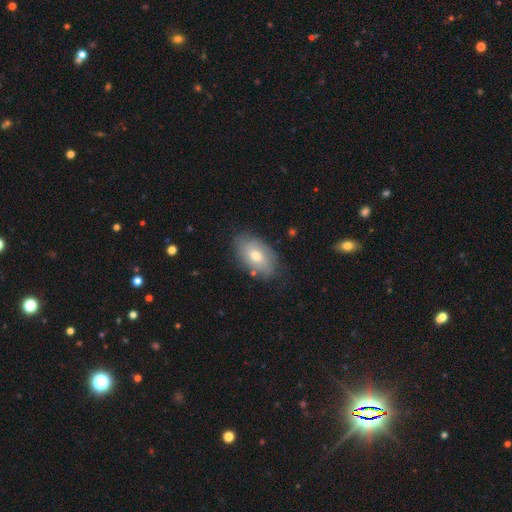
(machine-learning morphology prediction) type=smooth (64%); roundness=in between (92%); merging=none (77%).